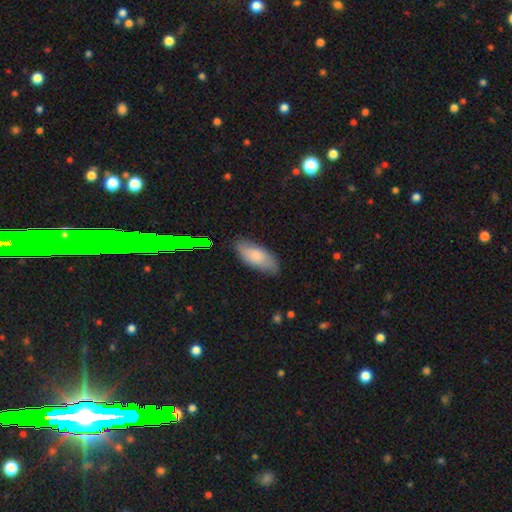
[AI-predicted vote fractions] Overall: smooth (76%). How rounded: in between (86%). Merging: none (80%).